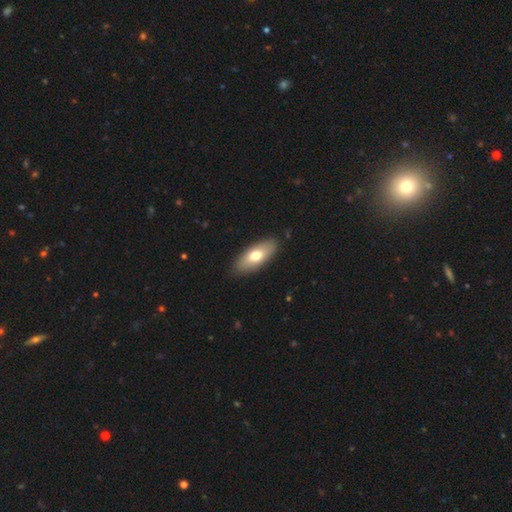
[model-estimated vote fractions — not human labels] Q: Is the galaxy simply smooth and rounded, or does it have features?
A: smooth — 69%.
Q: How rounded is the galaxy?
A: in between — 81%.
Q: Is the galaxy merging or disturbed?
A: none — 88%.